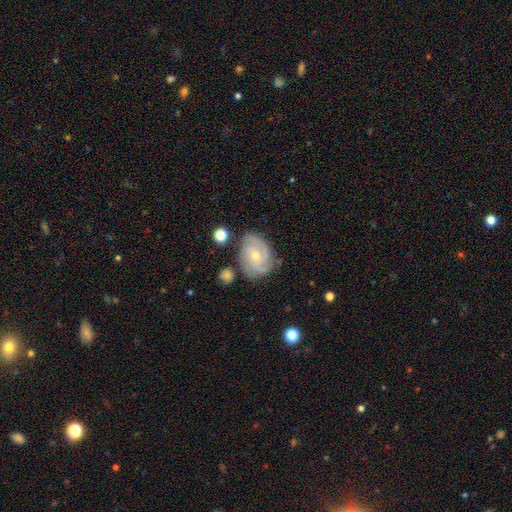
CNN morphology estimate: Smooth or featured? featured or disk (78%)
Edge-on disk? no (97%)
Bar? no (68%)
Spiral arms? yes (94%)
Spiral winding? tight (60%)
Spiral arm count? 3 (34%)
Bulge size? small (57%)
Merging? none (69%)